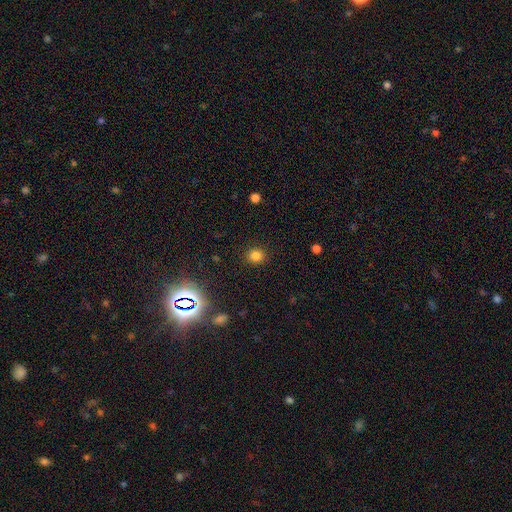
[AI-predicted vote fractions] Smooth or featured? Predicted: smooth (p=0.79). How rounded? Predicted: round (p=0.82). Merging? Predicted: none (p=0.89).